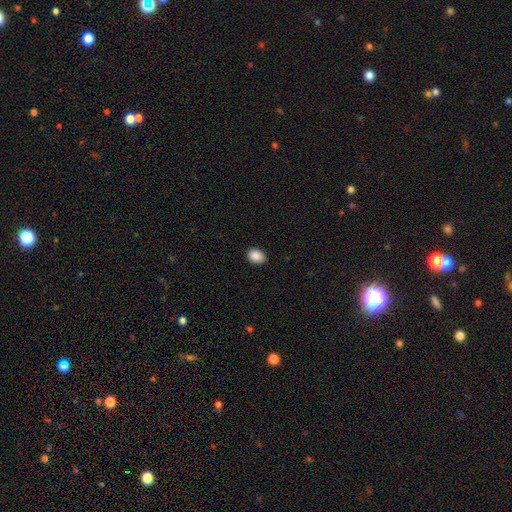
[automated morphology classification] Smooth or featured: smooth — 89% (star or artifact — 8%)
How rounded: in between — 66% (round — 33%)
Merging: none — 88% (minor disturbance — 9%)